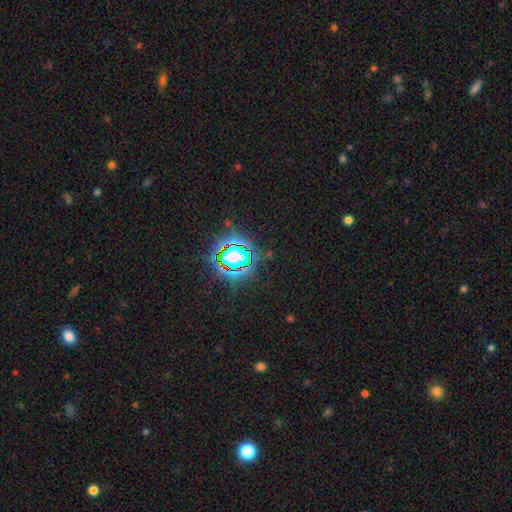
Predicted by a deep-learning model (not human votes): Morphology: type=star or artifact (79%).